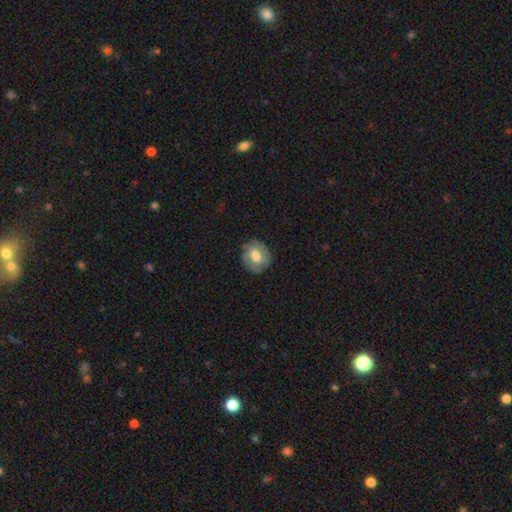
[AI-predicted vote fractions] Smooth or featured: smooth — 57% (featured or disk — 36%)
How rounded: round — 61% (in between — 38%)
Merging: none — 76% (minor disturbance — 17%)